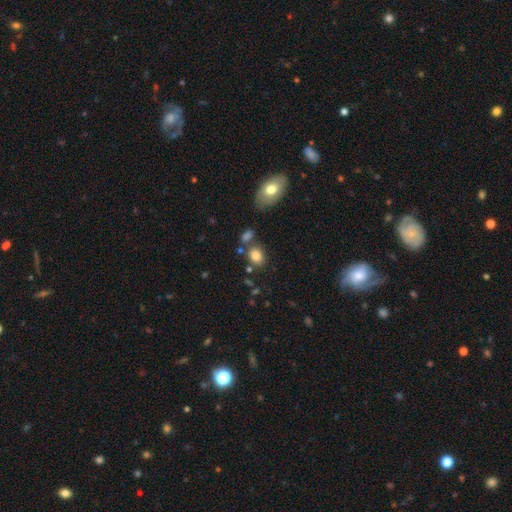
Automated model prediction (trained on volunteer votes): Smooth or featured? Predicted: smooth (p=0.82). How rounded? Predicted: in between (p=0.57). Merging? Predicted: none (p=0.69).